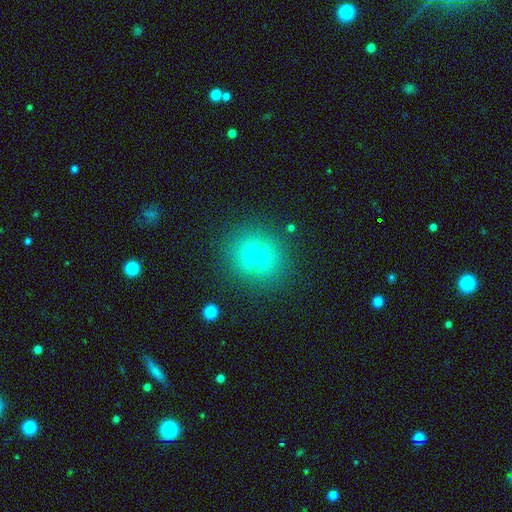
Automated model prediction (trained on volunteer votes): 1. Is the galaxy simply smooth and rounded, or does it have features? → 69% smooth, 16% star or artifact, 16% featured or disk.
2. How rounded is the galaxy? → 74% round, 25% in between, 1% cigar-shaped.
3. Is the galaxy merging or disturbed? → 79% none, 12% minor disturbance, 5% merger, 4% major disturbance.